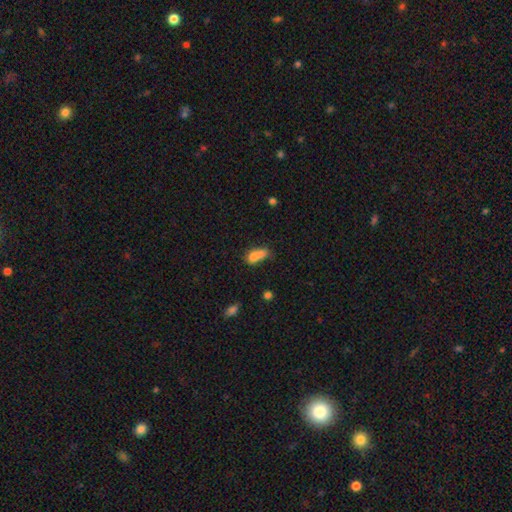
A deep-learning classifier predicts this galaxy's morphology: Smooth or featured: smooth — 78% (featured or disk — 11%)
How rounded: in between — 76% (cigar-shaped — 19%)
Merging: none — 36% (minor disturbance — 26%)